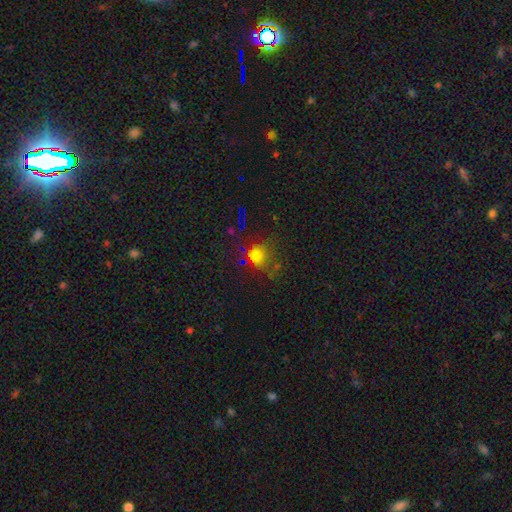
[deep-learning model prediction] Smooth or featured: smooth — 64% (star or artifact — 27%)
How rounded: round — 78% (in between — 20%)
Merging: none — 61% (minor disturbance — 20%)